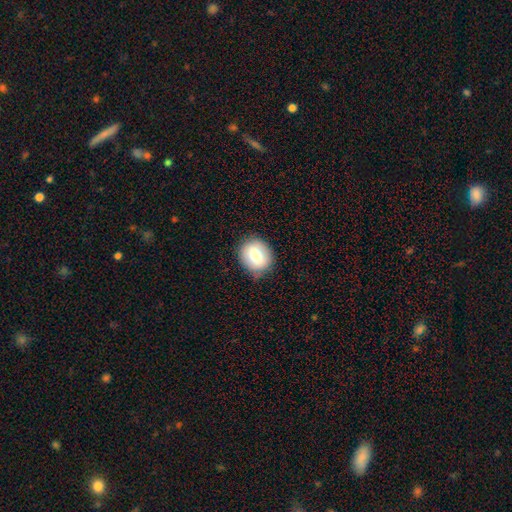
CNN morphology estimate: smooth-or-featured: smooth: 72% | featured or disk: 20% | star or artifact: 8%
  how-rounded: round: 69% | in between: 30% | cigar-shaped: 1%
  merging: none: 78% | minor disturbance: 17% | major disturbance: 4% | merger: 1%